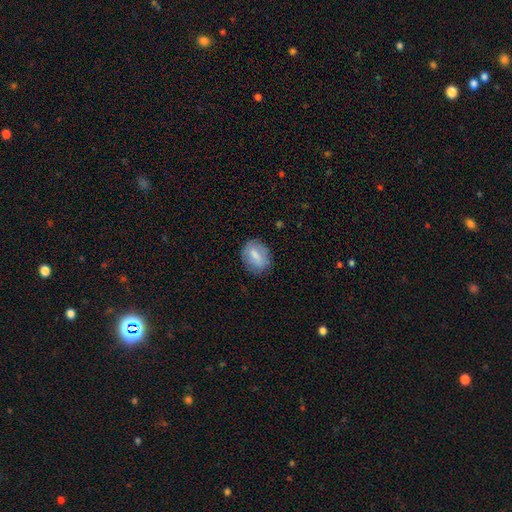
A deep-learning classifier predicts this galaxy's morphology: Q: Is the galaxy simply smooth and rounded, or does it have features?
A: smooth — 72%.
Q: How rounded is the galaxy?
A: in between — 69%.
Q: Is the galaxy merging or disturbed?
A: none — 78%.